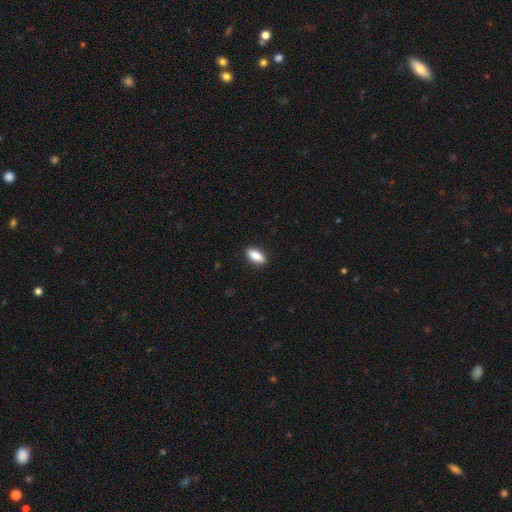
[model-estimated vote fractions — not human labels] Smooth or featured?
  - smooth: 84% *
  - featured or disk: 10%
  - star or artifact: 7%
How rounded?
  - in between: 82% *
  - cigar-shaped: 15%
  - round: 3%
Merging?
  - none: 88% *
  - minor disturbance: 9%
  - major disturbance: 2%
  - merger: 1%